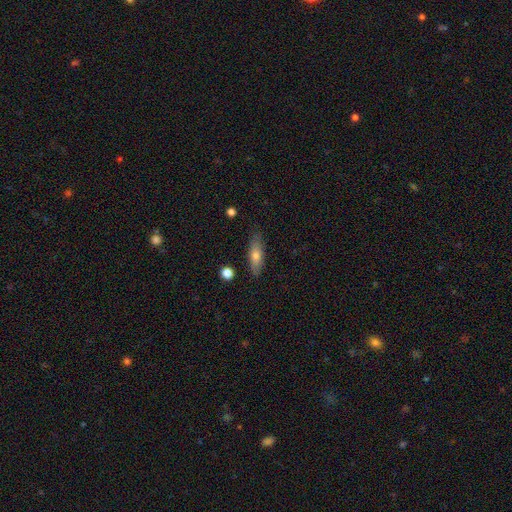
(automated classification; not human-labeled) smooth-or-featured: smooth: 67% | featured or disk: 26% | star or artifact: 7%
  how-rounded: in between: 56% | cigar-shaped: 40% | round: 3%
  merging: none: 82% | minor disturbance: 13% | major disturbance: 3% | merger: 2%